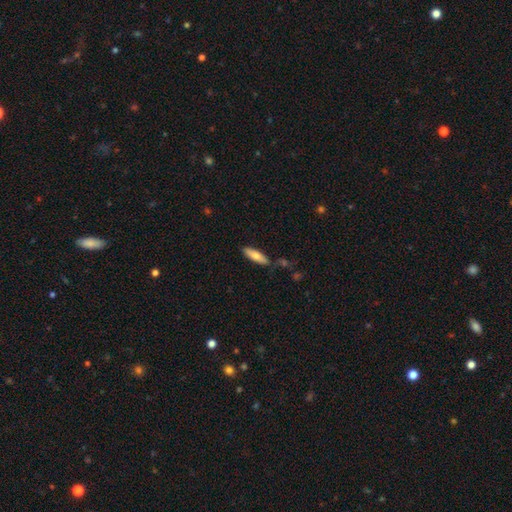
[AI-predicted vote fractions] Smooth or featured? smooth (77%)
How rounded? cigar-shaped (54%)
Merging? none (80%)